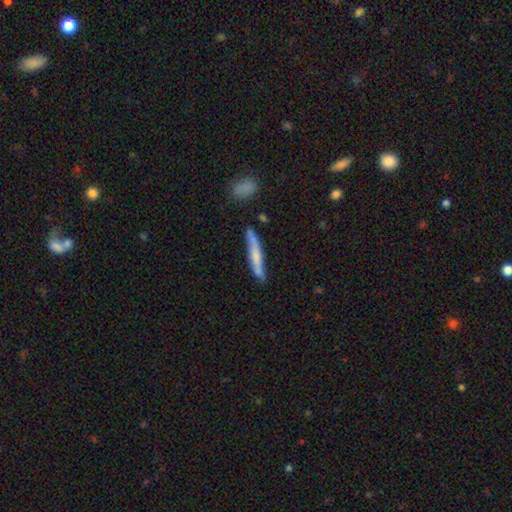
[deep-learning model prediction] smooth 50%, featured or disk 43%, star or artifact 6%. Down the decision tree: how rounded — cigar-shaped (93%); merging — none (72%).